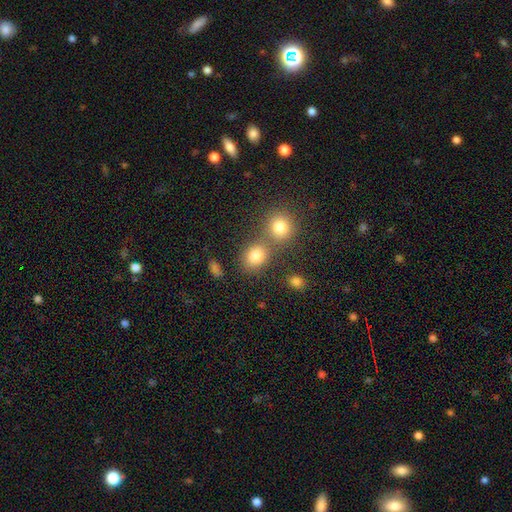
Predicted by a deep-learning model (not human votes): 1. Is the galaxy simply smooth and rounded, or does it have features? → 81% smooth, 12% star or artifact, 7% featured or disk.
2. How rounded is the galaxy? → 55% round, 44% in between, 1% cigar-shaped.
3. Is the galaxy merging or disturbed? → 54% none, 33% merger, 9% minor disturbance, 4% major disturbance.